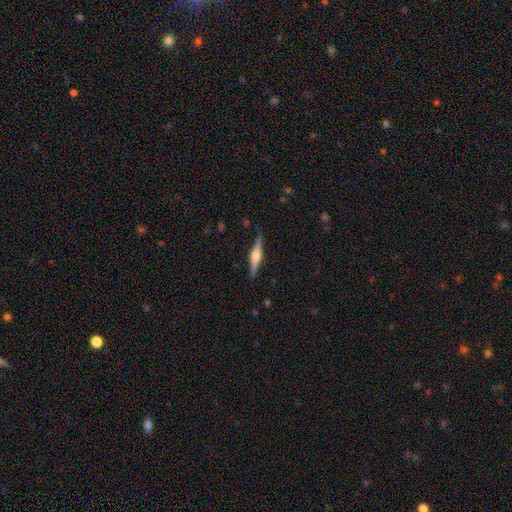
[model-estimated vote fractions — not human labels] Smooth or featured?
  - featured or disk: 75% *
  - smooth: 19%
  - star or artifact: 6%
Edge-on disk?
  - yes: 98% *
  - no: 2%
Edge-on bulge?
  - rounded: 87% *
  - boxy: 10%
  - none: 3%
Merging?
  - none: 88% *
  - minor disturbance: 9%
  - major disturbance: 2%
  - merger: 1%